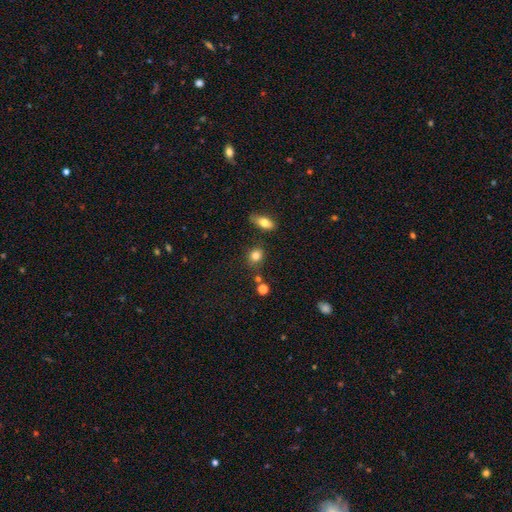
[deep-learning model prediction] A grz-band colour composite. It shows a smooth galaxy with no disk features (81%) that is round (69%). Merging: none (76%).